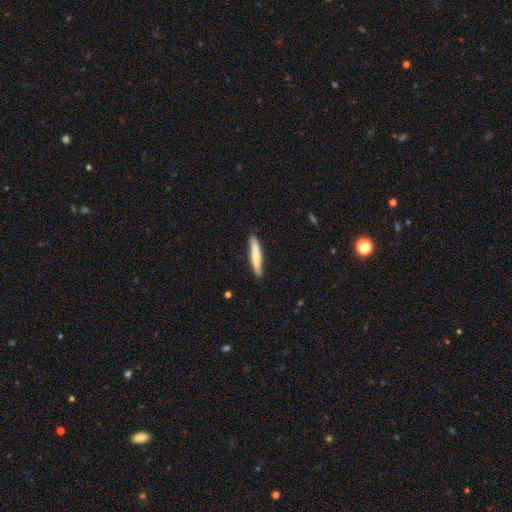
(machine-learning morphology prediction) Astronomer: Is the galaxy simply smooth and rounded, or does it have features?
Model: smooth — 75%.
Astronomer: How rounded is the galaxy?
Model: cigar-shaped — 93%.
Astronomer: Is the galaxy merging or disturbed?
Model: none — 88%.